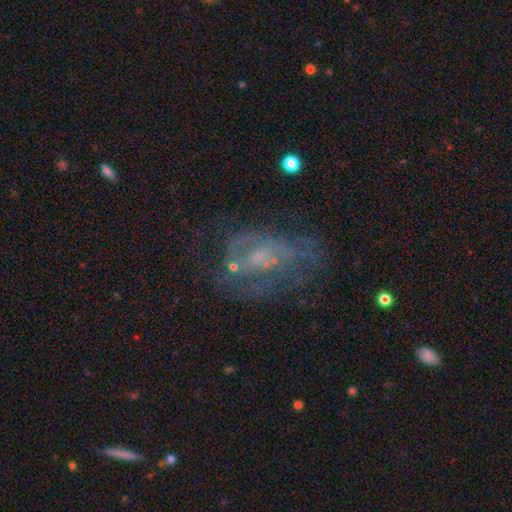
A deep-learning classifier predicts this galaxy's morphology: The model was most divided on "bulge size": small: 44%, none: 28%, moderate: 23%, large: 4%, dominant: 1%. More confident: edge-on disk — no (95%); bar — no (64%); spiral arms — yes (60%); smooth or featured — featured or disk (60%); merging — none (52%).